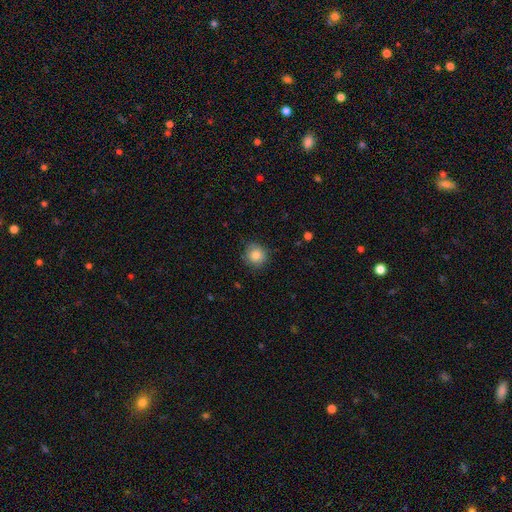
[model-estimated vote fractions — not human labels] Smooth or featured?
  - smooth: 84% *
  - star or artifact: 9%
  - featured or disk: 7%
How rounded?
  - round: 91% *
  - in between: 8%
  - cigar-shaped: 1%
Merging?
  - none: 82% *
  - minor disturbance: 14%
  - major disturbance: 3%
  - merger: 1%